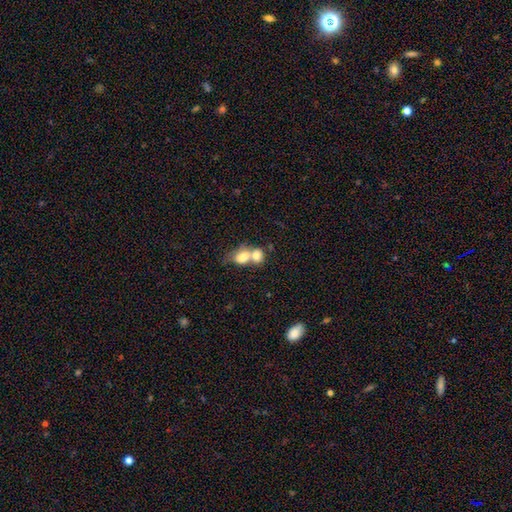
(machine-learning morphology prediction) type=smooth (75%); roundness=in between (65%); merging=merger (74%).